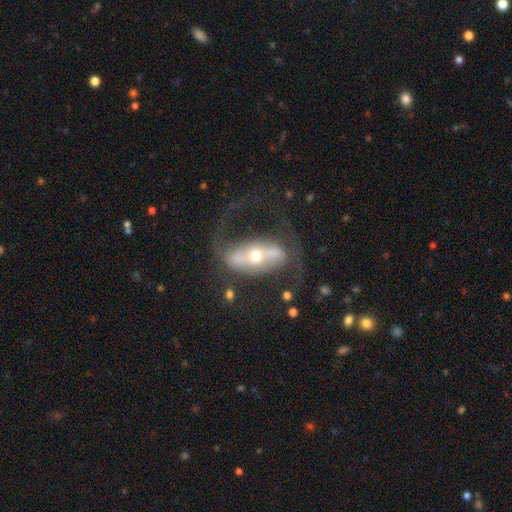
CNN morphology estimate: Overall: featured or disk (80%). Edge-on disk: no (90%). Bar: strong (57%; weak 24%). Spiral arms: yes (82%). Spiral arm count: 2 (84%). Spiral winding: loose (45%; medium 42%). Bulge size: moderate (54%; small 38%). Merging: none (54%; major disturbance 26%).